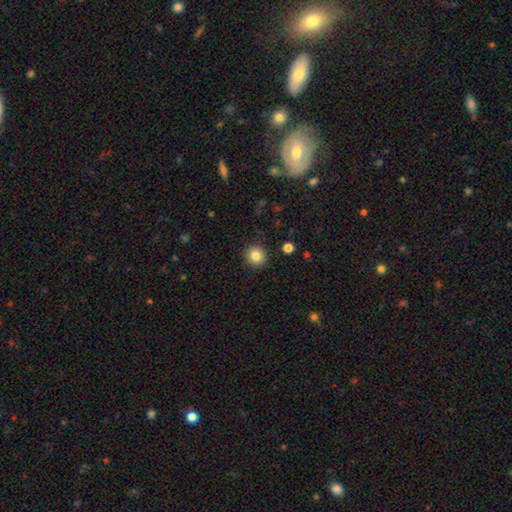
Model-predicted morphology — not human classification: Smooth or featured? smooth (84%)
How rounded? round (89%)
Merging? none (91%)